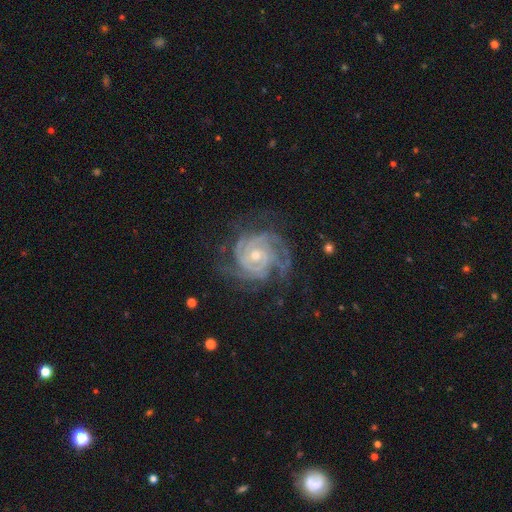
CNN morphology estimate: This is clearly a featured or disk galaxy (90%). It is clearly not viewed edge-on (98%). Bar: likely no (69%). Spiral arm pattern: clearly yes (98%). Spiral arm count: marginally 3 (28%). Spiral winding: likely tight (76%). Central bulge: possibly moderate (53%). Merging: likely none (69%).